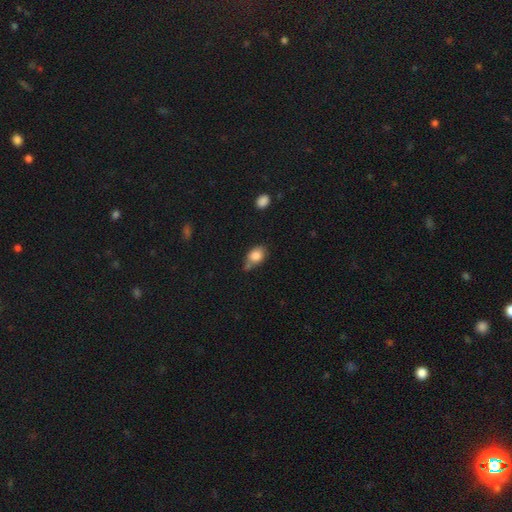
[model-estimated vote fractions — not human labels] This appears to be a smooth galaxy with no disk features (83%) that is in between round and cigar-shaped (71%). Merging: none (49%).